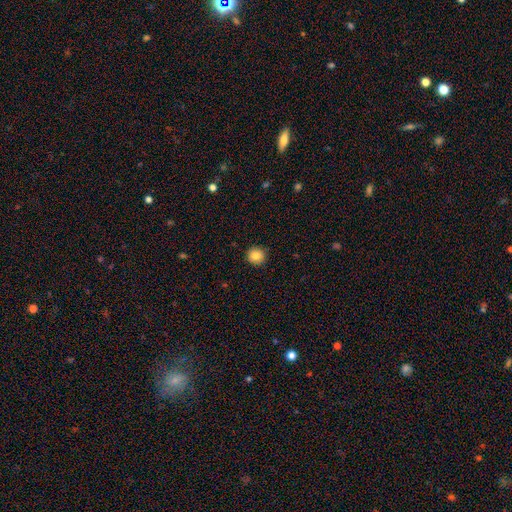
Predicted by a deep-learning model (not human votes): Overall: smooth (84%). How rounded: round (94%). Merging: none (92%).